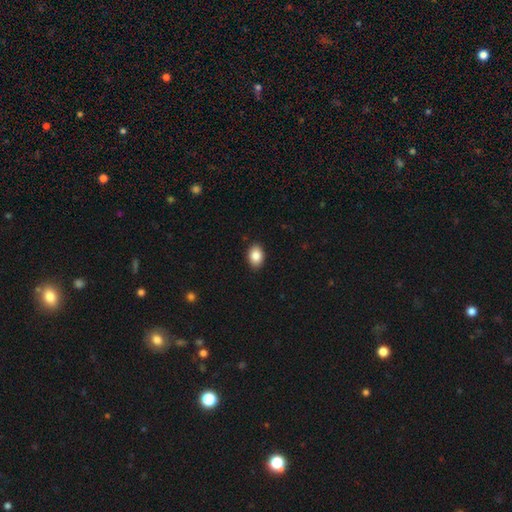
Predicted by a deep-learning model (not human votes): smooth 86%, star or artifact 8%, featured or disk 6%. Down the decision tree: how rounded — in between (79%); merging — none (90%).